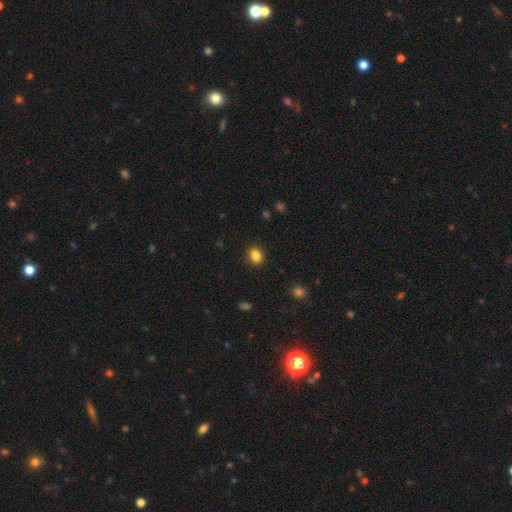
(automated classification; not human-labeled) Smooth or featured?
  - smooth: 85% *
  - star or artifact: 10%
  - featured or disk: 5%
How rounded?
  - in between: 56% *
  - round: 43%
  - cigar-shaped: 1%
Merging?
  - none: 89% *
  - minor disturbance: 8%
  - major disturbance: 2%
  - merger: 1%